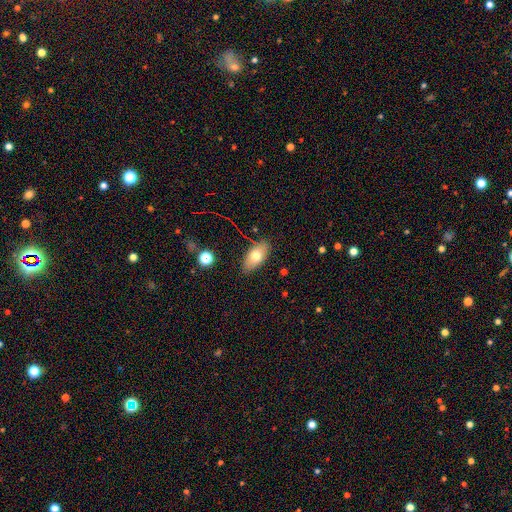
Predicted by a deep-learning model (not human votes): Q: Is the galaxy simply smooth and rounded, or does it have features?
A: smooth — 71%.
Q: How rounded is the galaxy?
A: in between — 91%.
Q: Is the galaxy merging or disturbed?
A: none — 84%.